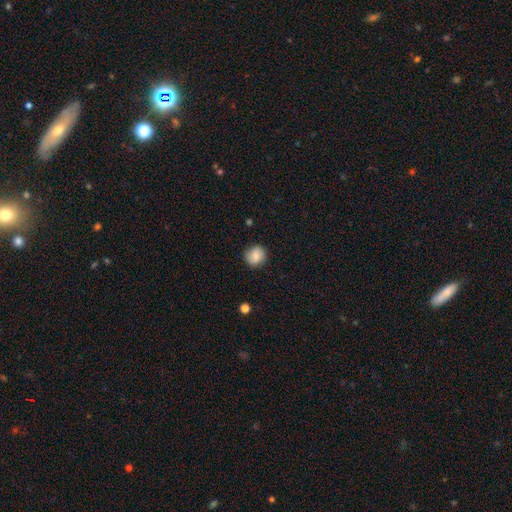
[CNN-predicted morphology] The model was most divided on "smooth or featured": smooth: 78%, featured or disk: 13%, star or artifact: 8%. More confident: how rounded — round (88%); merging — none (87%).